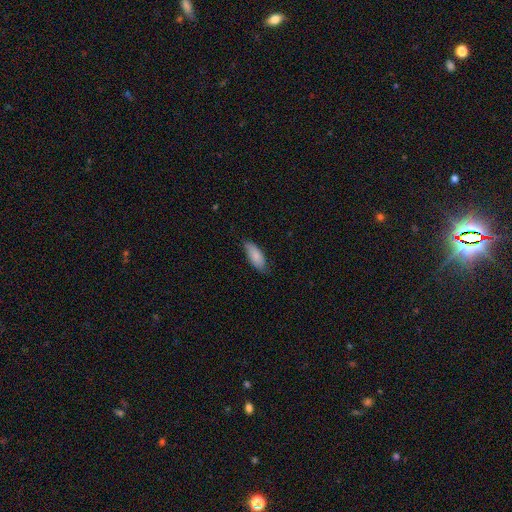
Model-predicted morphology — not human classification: A smooth galaxy with no disk features (82%) that is in between round and cigar-shaped (79%).

Vote fractions:
- Smooth or featured? smooth: 82% / featured or disk: 12% / star or artifact: 6%
- How rounded? in between: 79% / cigar-shaped: 19% / round: 2%
- Merging? none: 75% / minor disturbance: 21% / major disturbance: 3% / merger: 1%